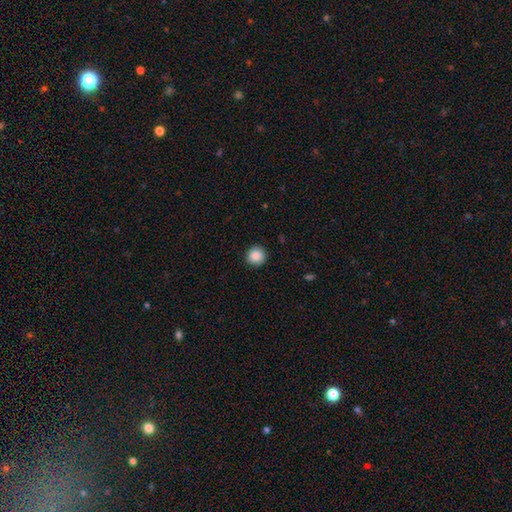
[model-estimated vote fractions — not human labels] smooth 88%, star or artifact 9%, featured or disk 3%. Down the decision tree: how rounded — round (94%); merging — none (91%).